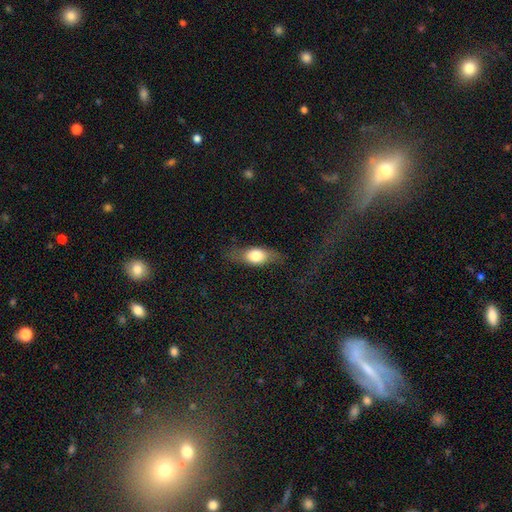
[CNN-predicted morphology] smooth-or-featured: smooth: 68% | featured or disk: 25% | star or artifact: 8%
  how-rounded: in between: 74% | cigar-shaped: 17% | round: 8%
  merging: none: 69% | minor disturbance: 20% | major disturbance: 9% | merger: 1%